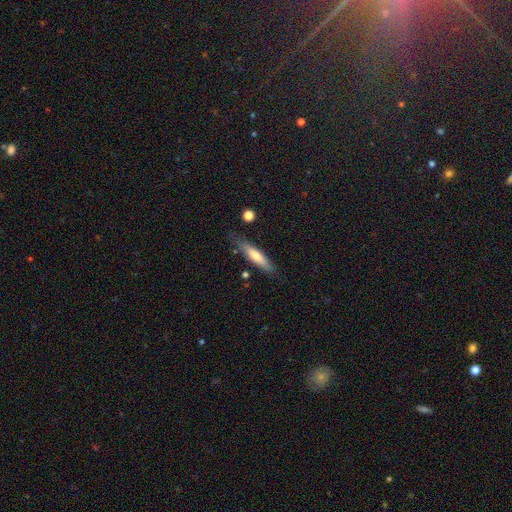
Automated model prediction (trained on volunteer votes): A smooth galaxy with no disk features (64%) that is cigar-shaped (82%). Merging: none (76%).